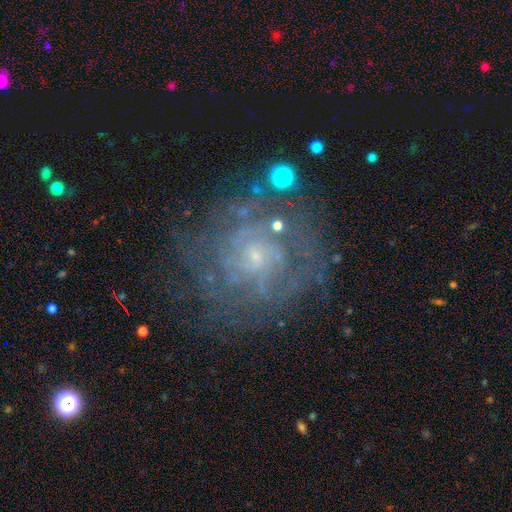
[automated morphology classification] featured or disk 74%, smooth 14%, star or artifact 13%. Down the decision tree: edge-on disk — no (97%); bar — no (78%); spiral arms — yes (77%); spiral arm count — can't tell (53%); spiral winding — tight (64%); bulge size — small (78%); merging — none (72%).